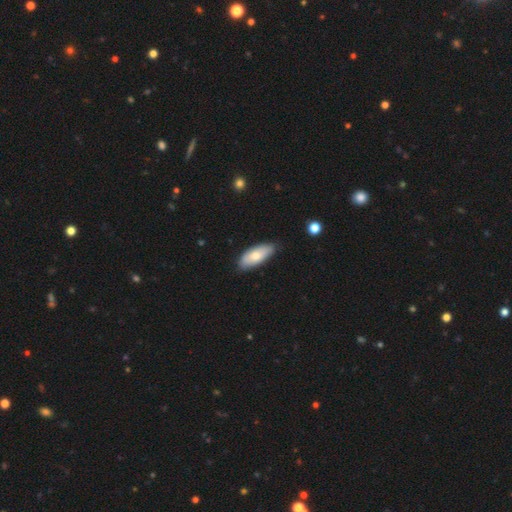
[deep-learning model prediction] Morphology: type=smooth (71%); roundness=in between (81%); merging=none (78%).